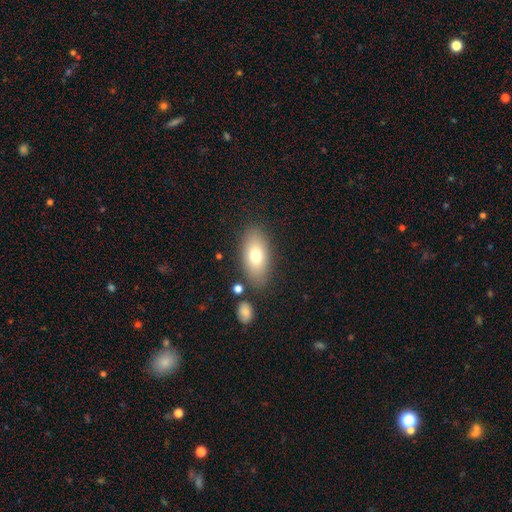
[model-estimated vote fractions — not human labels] Smooth or featured? Predicted: smooth (p=0.74). How rounded? Predicted: in between (p=0.90). Merging? Predicted: none (p=0.81).